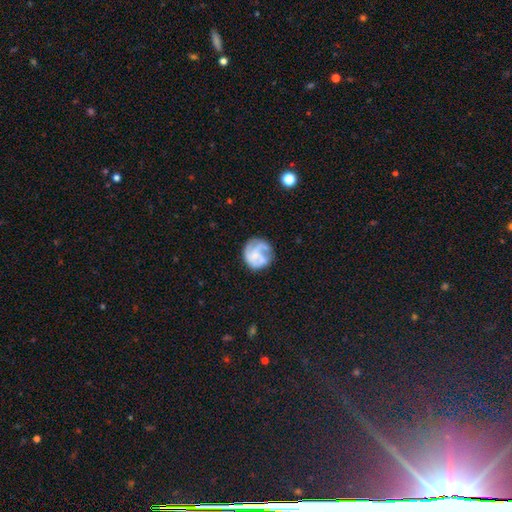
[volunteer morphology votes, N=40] Smooth or featured? 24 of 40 (60%) said featured or disk. Edge-on disk? 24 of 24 (100%) said no. Bar? 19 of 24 (79%) said no. Spiral arms? 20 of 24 (83%) said yes. Spiral winding? 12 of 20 (60%) said medium. Spiral arm count? 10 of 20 (50%) said 3. Bulge size? 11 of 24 (46%) said small. Merging? 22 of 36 (61%) said none.